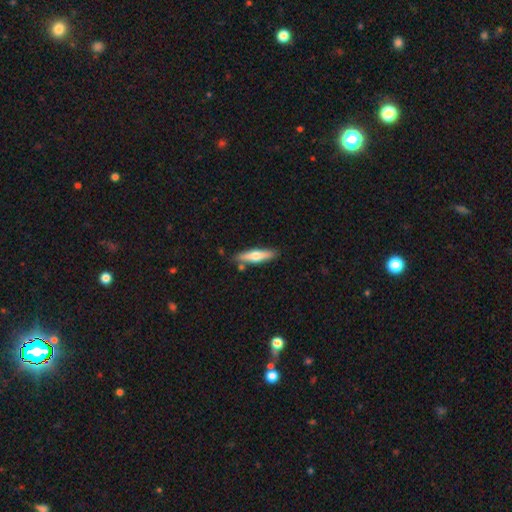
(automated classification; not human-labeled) Q: Smooth or featured?
A: smooth (54%); runner-up: featured or disk (41%)
Q: How rounded?
A: cigar-shaped (77%); runner-up: in between (21%)
Q: Merging?
A: none (82%); runner-up: minor disturbance (12%)